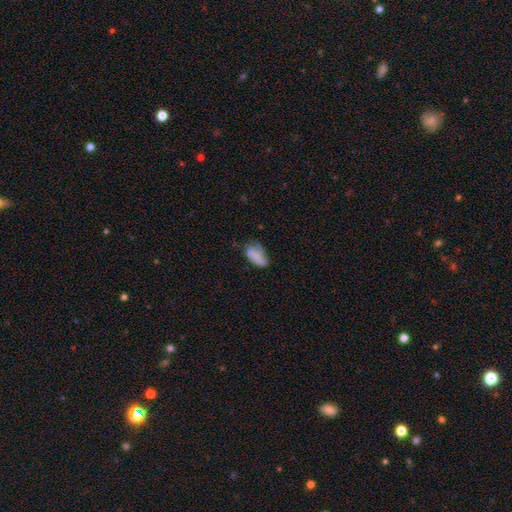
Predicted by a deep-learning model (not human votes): smooth_or_featured: smooth (p=0.75) [alt: featured or disk p=0.16]
how_rounded: in between (p=0.92) [alt: round p=0.05]
merging: none (p=0.46) [alt: minor disturbance p=0.36]